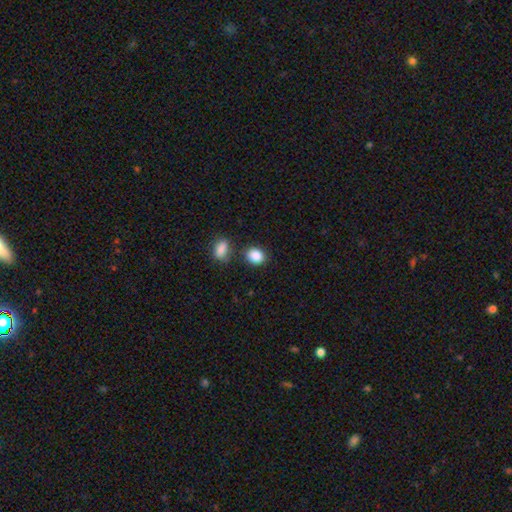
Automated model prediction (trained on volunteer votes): The model was most divided on "how rounded": round: 54%, in between: 44%, cigar-shaped: 1%. More confident: smooth or featured — smooth (88%); merging — none (75%).